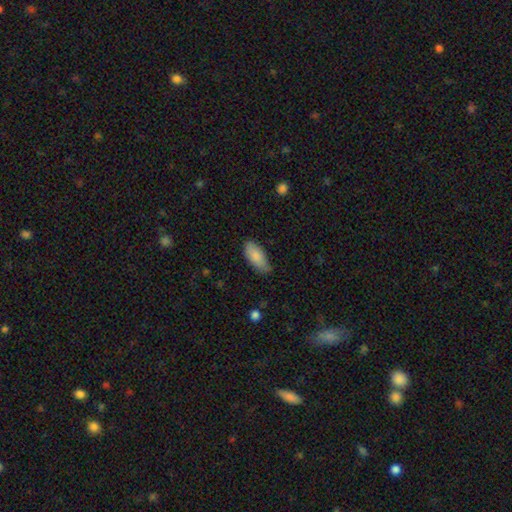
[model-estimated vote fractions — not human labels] The model was most divided on "merging": none: 75%, minor disturbance: 21%, major disturbance: 3%, merger: 1%. More confident: how rounded — in between (87%); smooth or featured — smooth (85%).